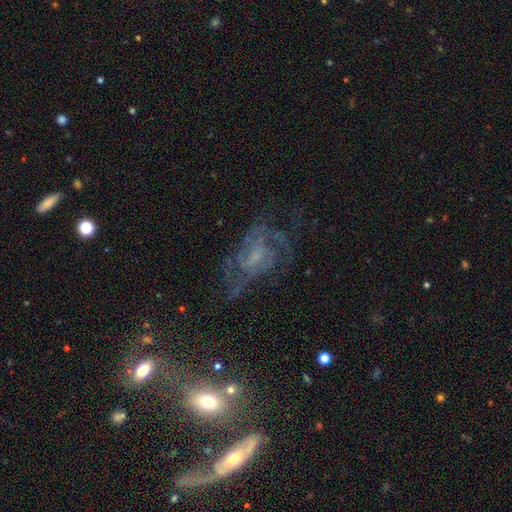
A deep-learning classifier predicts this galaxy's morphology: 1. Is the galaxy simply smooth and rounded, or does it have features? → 70% featured or disk, 15% star or artifact, 14% smooth.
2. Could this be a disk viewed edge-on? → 95% no, 5% yes.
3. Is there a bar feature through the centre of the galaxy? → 47% no, 43% weak, 10% strong.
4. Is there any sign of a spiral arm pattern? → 81% yes, 19% no.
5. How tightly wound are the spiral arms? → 46% medium, 33% tight, 21% loose.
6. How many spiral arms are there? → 39% can't tell, 28% 2, 16% 3, 7% 4, 6% 1, 5% more than 4.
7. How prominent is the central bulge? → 38% small, 30% none, 26% moderate, 4% large, 1% dominant.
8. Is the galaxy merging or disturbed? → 52% none, 25% major disturbance, 20% minor disturbance, 3% merger.